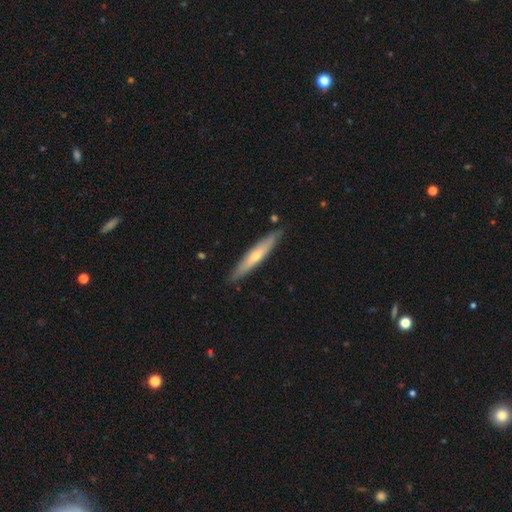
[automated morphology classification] smooth_or_featured: featured or disk (p=0.51) [alt: smooth p=0.44]
disk_edge_on: yes (p=0.87) [alt: no p=0.13]
merging: none (p=0.87) [alt: minor disturbance p=0.10]